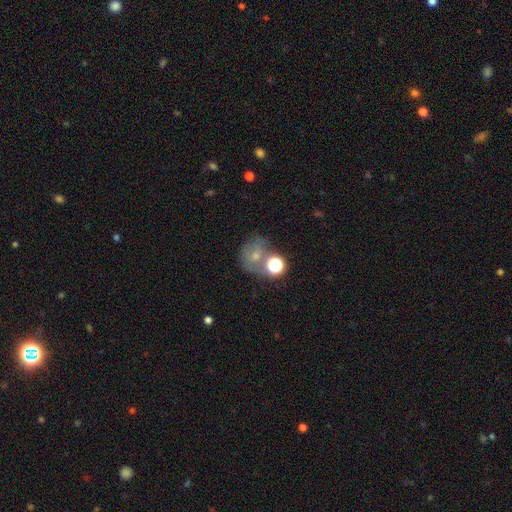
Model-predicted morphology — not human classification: A smooth galaxy with no disk features (49%). Merging: none (47%).